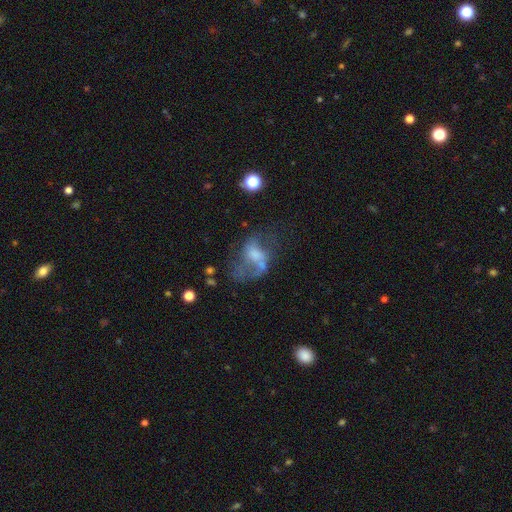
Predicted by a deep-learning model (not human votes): smooth_or_featured: featured or disk (p=0.56) [alt: smooth p=0.30]
disk_edge_on: no (p=0.97) [alt: yes p=0.03]
bar: no (p=0.68) [alt: weak p=0.26]
has_spiral_arms: no (p=0.56) [alt: yes p=0.44]
bulge_size: moderate (p=0.34) [alt: none p=0.28]
merging: major disturbance (p=0.42) [alt: none p=0.28]